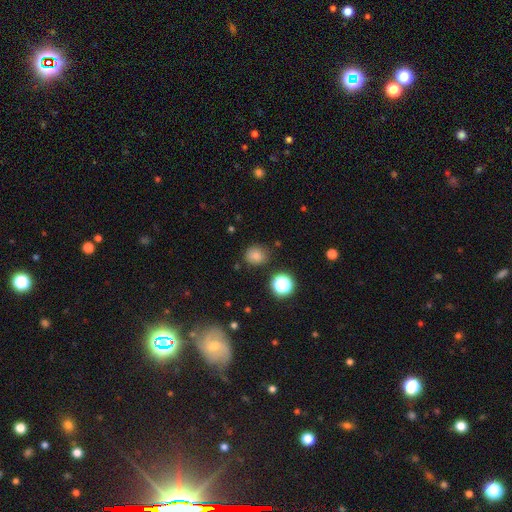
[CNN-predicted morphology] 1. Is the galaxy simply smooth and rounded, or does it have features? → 79% smooth, 16% star or artifact, 5% featured or disk.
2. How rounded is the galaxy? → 75% round, 25% in between, 1% cigar-shaped.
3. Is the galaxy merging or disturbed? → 81% none, 12% minor disturbance, 3% major disturbance, 3% merger.